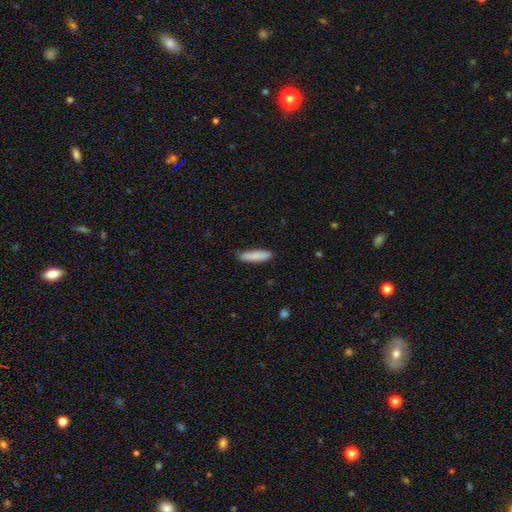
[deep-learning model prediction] Overall: smooth (87%). How rounded: cigar-shaped (79%). Merging: none (85%).